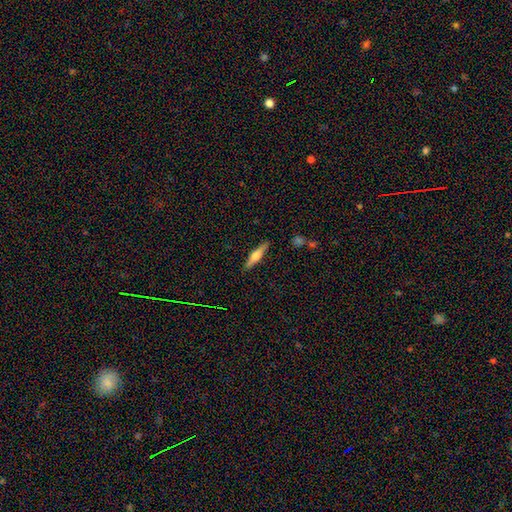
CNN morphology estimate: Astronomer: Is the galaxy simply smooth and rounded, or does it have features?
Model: featured or disk — 55% (runner-up: smooth, 39%).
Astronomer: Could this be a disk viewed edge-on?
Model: yes — 96%.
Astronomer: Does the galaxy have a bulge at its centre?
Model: rounded — 91%.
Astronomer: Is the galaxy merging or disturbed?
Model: none — 89%.